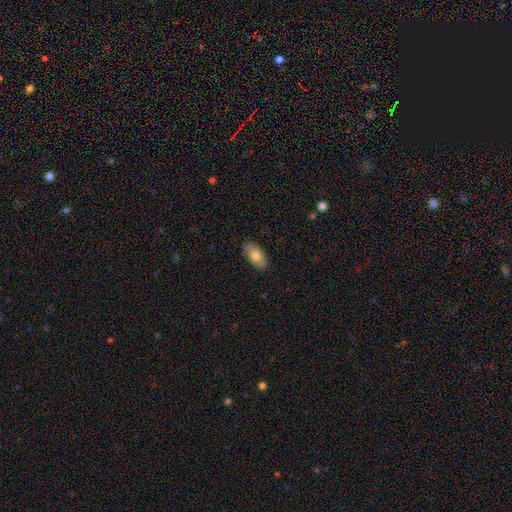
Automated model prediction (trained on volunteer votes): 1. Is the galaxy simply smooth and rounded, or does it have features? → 73% smooth, 21% featured or disk, 6% star or artifact.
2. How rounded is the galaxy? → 94% in between, 4% round, 3% cigar-shaped.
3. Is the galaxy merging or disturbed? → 87% none, 10% minor disturbance, 2% major disturbance, 1% merger.